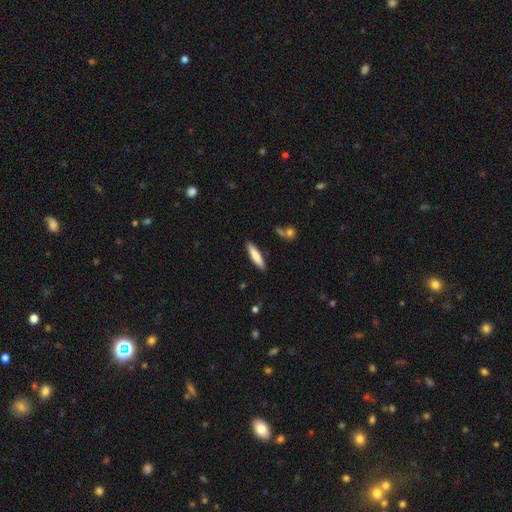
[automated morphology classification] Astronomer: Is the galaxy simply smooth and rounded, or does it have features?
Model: smooth — 79%.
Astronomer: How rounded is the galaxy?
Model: cigar-shaped — 78%.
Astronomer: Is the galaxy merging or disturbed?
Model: none — 87%.